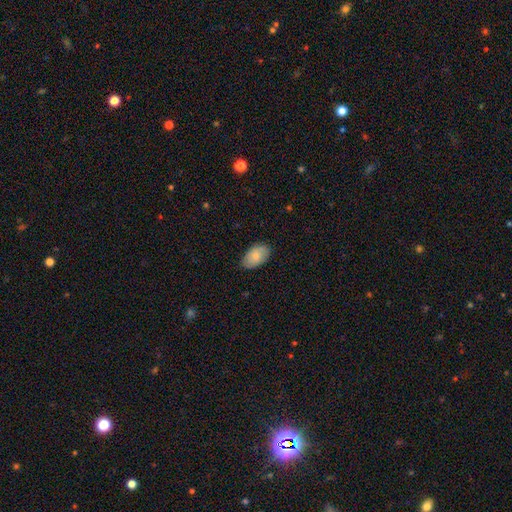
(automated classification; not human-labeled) smooth-or-featured: smooth: 79% | featured or disk: 15% | star or artifact: 6%
  how-rounded: in between: 93% | round: 5% | cigar-shaped: 1%
  merging: none: 82% | minor disturbance: 15% | major disturbance: 2% | merger: 1%